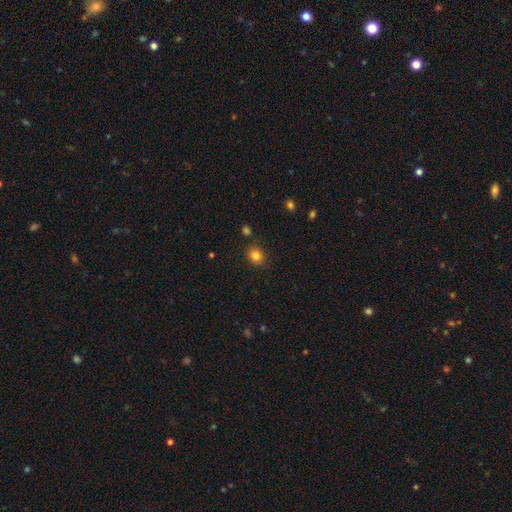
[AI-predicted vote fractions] smooth_or_featured: smooth (p=0.83) [alt: star or artifact p=0.12]
how_rounded: round (p=0.66) [alt: in between p=0.33]
merging: none (p=0.85) [alt: minor disturbance p=0.10]